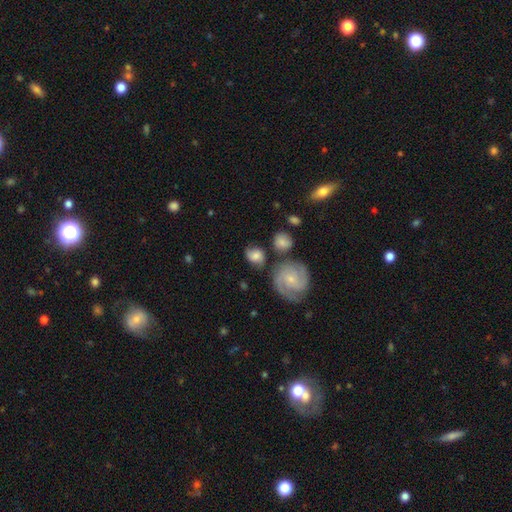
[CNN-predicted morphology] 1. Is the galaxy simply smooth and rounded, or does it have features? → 48% smooth, 44% featured or disk, 8% star or artifact.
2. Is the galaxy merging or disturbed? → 63% none, 17% minor disturbance, 14% merger, 6% major disturbance.